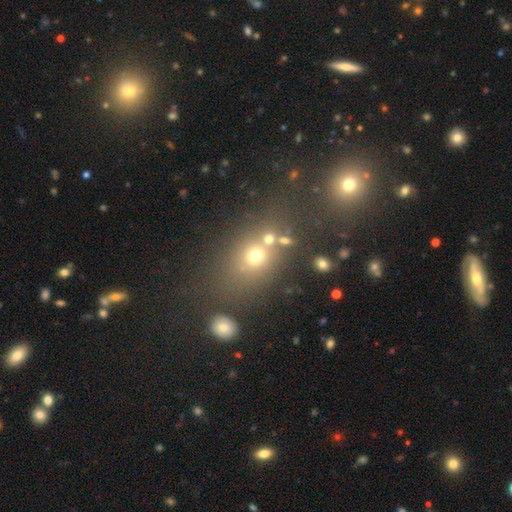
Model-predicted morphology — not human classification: smooth-or-featured: smooth: 61% | star or artifact: 24% | featured or disk: 14%
  how-rounded: round: 55% | in between: 43% | cigar-shaped: 2%
  merging: none: 60% | merger: 19% | minor disturbance: 13% | major disturbance: 8%